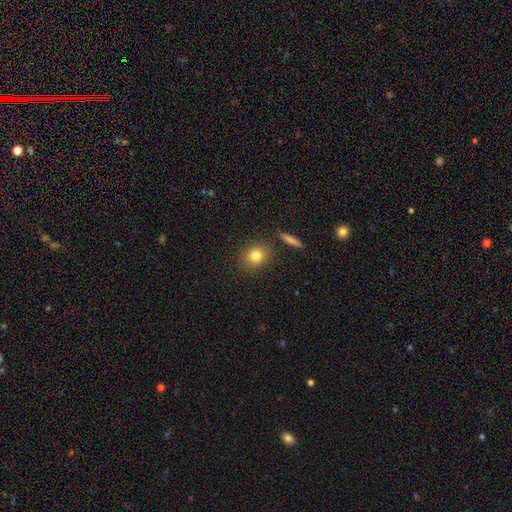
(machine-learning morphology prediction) The model was most divided on "how rounded": round: 74%, in between: 24%, cigar-shaped: 2%. More confident: merging — none (85%); smooth or featured — smooth (81%).